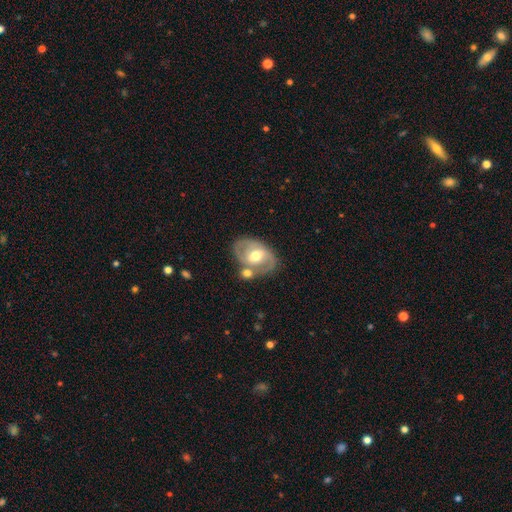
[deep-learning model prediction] A featured or disk galaxy (70%) with a weak bar (46%), spiral arms (75%) and a moderate central bulge (74%). Merging: none (57%).